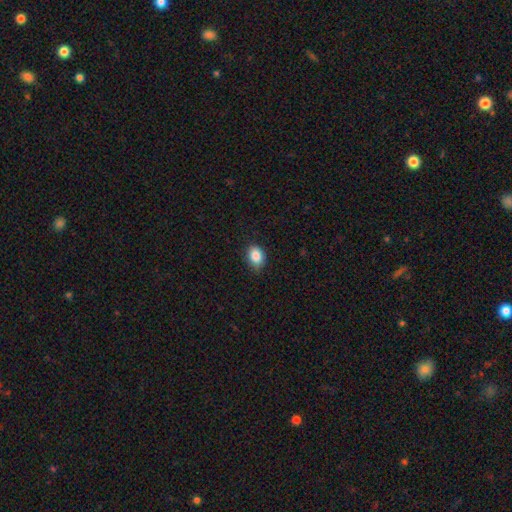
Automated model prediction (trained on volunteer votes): smooth_or_featured: smooth (p=0.87) [alt: star or artifact p=0.08]
how_rounded: in between (p=0.74) [alt: round p=0.25]
merging: none (p=0.80) [alt: minor disturbance p=0.16]